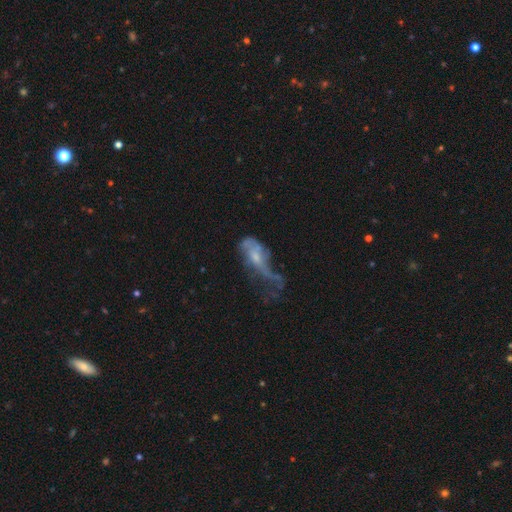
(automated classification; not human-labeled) Overall: featured or disk (58%; smooth 31%). Edge-on disk: no (88%). Bar: no (75%). Spiral arms: no (58%; yes 42%). Bulge size: small (48%; moderate 33%). Merging: major disturbance (55%; minor disturbance 18%).